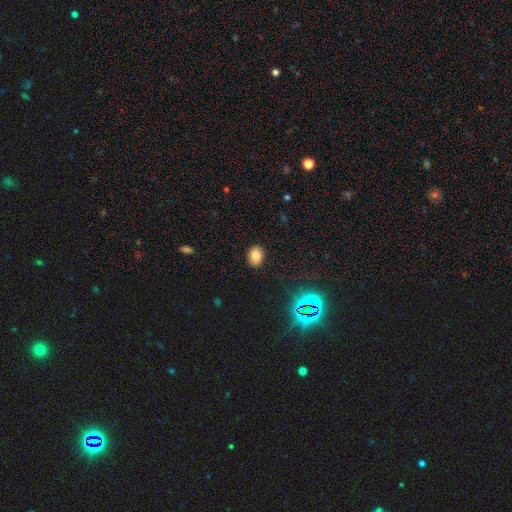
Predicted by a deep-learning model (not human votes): smooth 81%, star or artifact 13%, featured or disk 6%. Down the decision tree: how rounded — in between (72%); merging — none (88%).